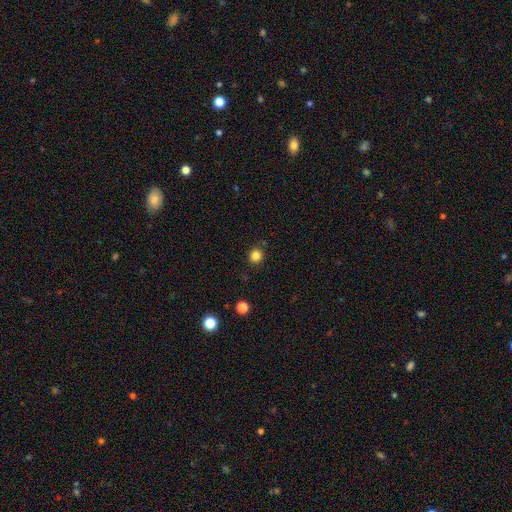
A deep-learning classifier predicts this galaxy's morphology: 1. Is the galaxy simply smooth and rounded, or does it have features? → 83% smooth, 13% star or artifact, 4% featured or disk.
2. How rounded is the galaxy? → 91% round, 8% in between, 1% cigar-shaped.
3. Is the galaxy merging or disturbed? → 89% none, 7% minor disturbance, 2% major disturbance, 2% merger.